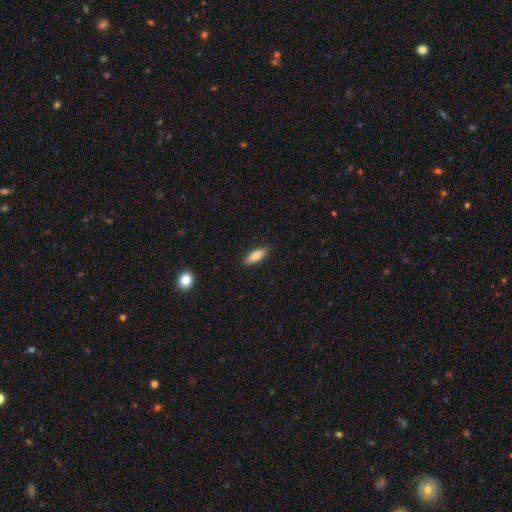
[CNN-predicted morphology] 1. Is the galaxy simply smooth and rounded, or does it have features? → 80% smooth, 13% featured or disk, 6% star or artifact.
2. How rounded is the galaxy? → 60% in between, 38% cigar-shaped, 2% round.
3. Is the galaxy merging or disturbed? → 88% none, 9% minor disturbance, 2% major disturbance, 1% merger.